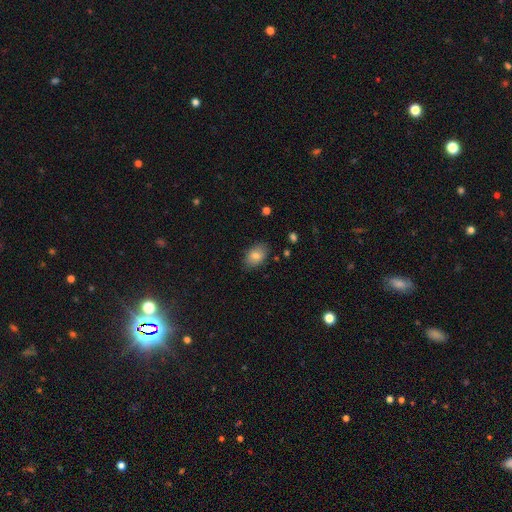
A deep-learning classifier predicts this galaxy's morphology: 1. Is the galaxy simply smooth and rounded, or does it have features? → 80% smooth, 11% featured or disk, 8% star or artifact.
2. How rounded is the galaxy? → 86% in between, 12% round, 1% cigar-shaped.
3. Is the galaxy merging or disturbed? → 84% none, 12% minor disturbance, 3% major disturbance, 1% merger.